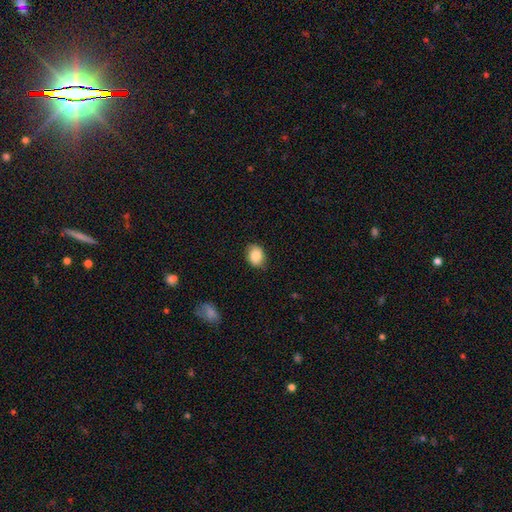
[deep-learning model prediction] smooth 84%, featured or disk 8%, star or artifact 8%. Down the decision tree: how rounded — in between (60%); merging — none (77%).